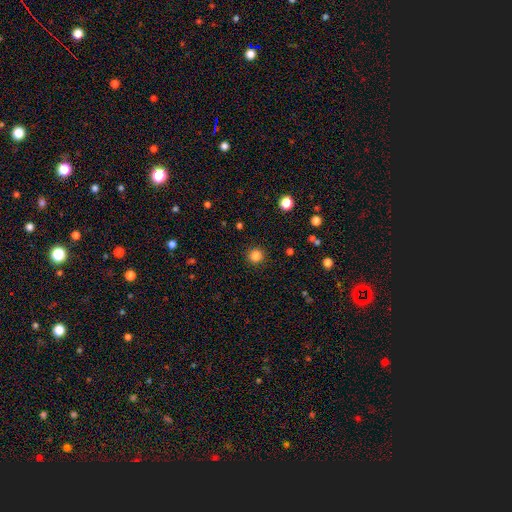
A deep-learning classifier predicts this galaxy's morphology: smooth_or_featured: smooth (p=0.83) [alt: star or artifact p=0.13]
how_rounded: round (p=0.95) [alt: in between p=0.04]
merging: none (p=0.92) [alt: minor disturbance p=0.05]